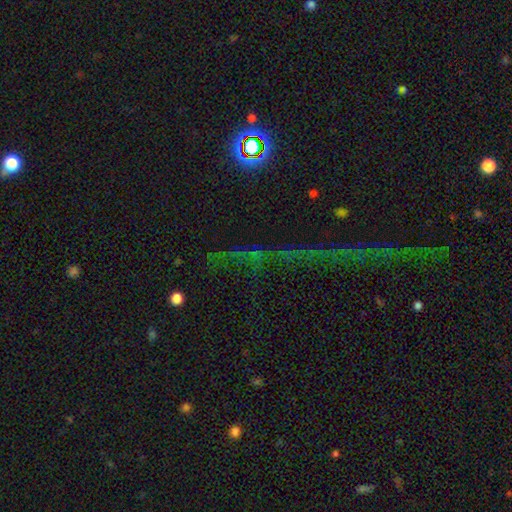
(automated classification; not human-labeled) Q: Smooth or featured?
A: star or artifact (81%); runner-up: featured or disk (10%)